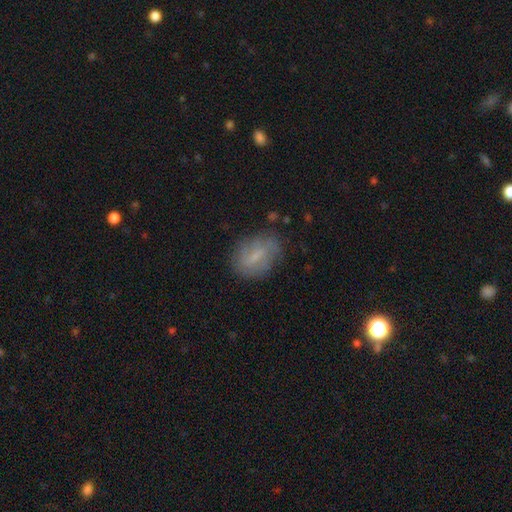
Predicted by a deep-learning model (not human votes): Q: Smooth or featured?
A: smooth (47%); runner-up: featured or disk (44%)
Q: Merging?
A: none (72%); runner-up: minor disturbance (19%)